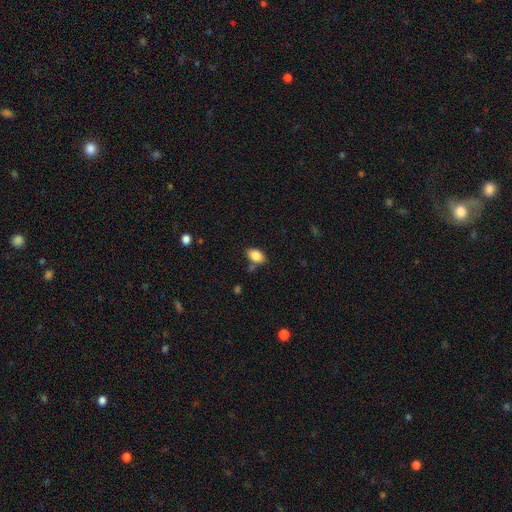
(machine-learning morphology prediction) smooth-or-featured: smooth: 86% | star or artifact: 8% | featured or disk: 6%
  how-rounded: in between: 88% | round: 10% | cigar-shaped: 2%
  merging: none: 72% | minor disturbance: 16% | merger: 9% | major disturbance: 4%